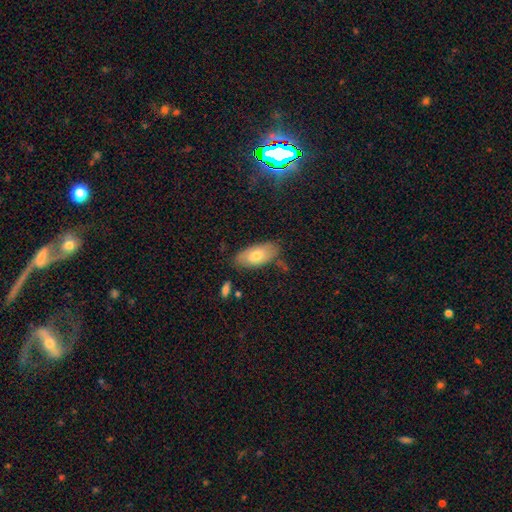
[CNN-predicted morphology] smooth_or_featured: smooth (p=0.60) [alt: featured or disk p=0.25]
how_rounded: in between (p=0.89) [alt: cigar-shaped p=0.07]
merging: none (p=0.73) [alt: minor disturbance p=0.20]